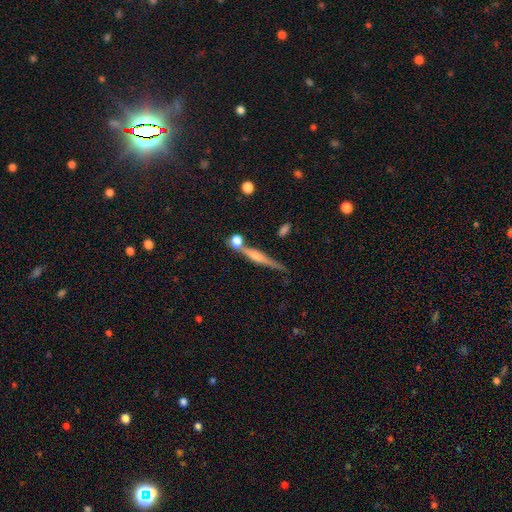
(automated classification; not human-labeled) Morphology: type=featured or disk (71%); edge-on=yes (96%); edge-on bulge=rounded (82%); merging=none (73%).